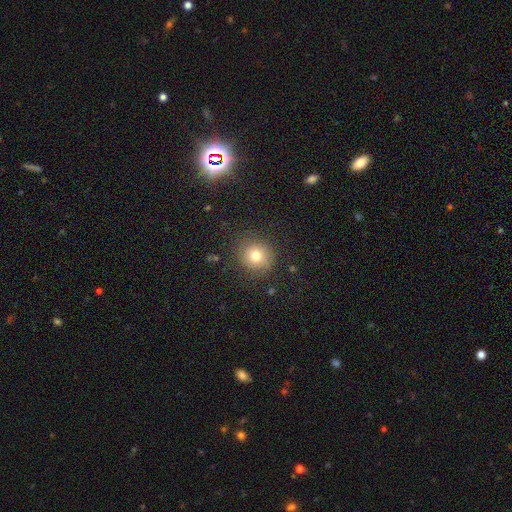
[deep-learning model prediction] Smooth or featured: smooth — 76% (star or artifact — 14%)
How rounded: round — 87% (in between — 12%)
Merging: none — 85% (minor disturbance — 10%)